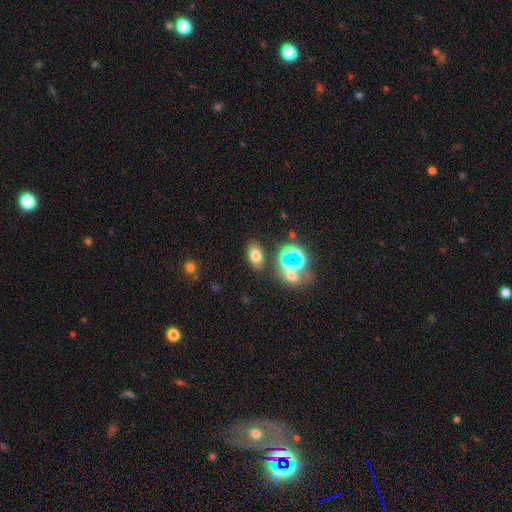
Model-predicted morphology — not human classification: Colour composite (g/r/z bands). It shows a smooth galaxy with no disk features (66%) that is in between round and cigar-shaped (85%). Merging: none (79%).